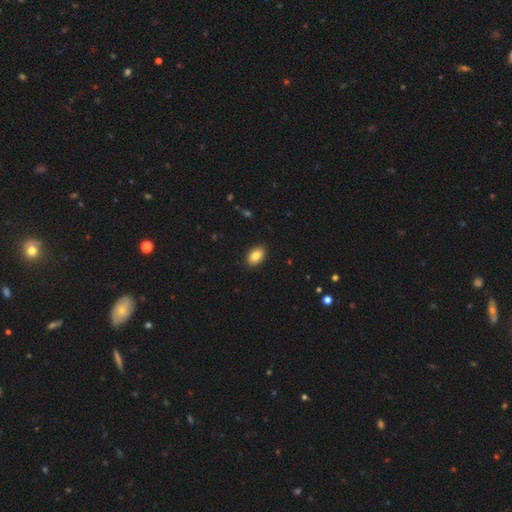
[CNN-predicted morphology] This appears to be a smooth galaxy with no disk features (86%) that is in between round and cigar-shaped (87%). Merging: none (89%).